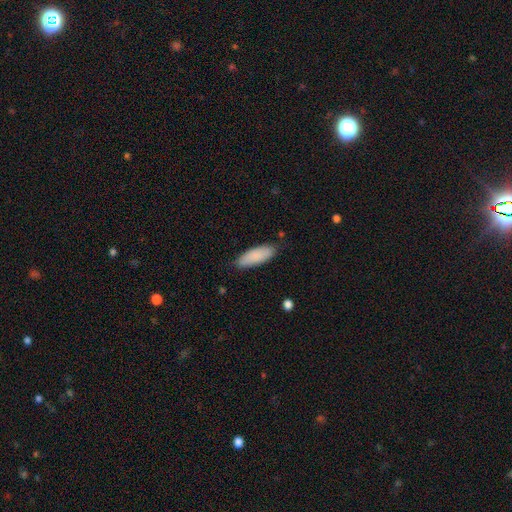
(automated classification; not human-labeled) smooth_or_featured: smooth (p=0.88) [alt: featured or disk p=0.06]
how_rounded: in between (p=0.63) [alt: cigar-shaped p=0.35]
merging: none (p=0.83) [alt: minor disturbance p=0.14]